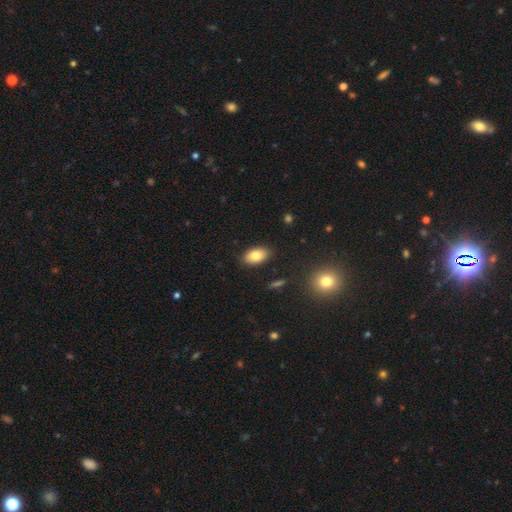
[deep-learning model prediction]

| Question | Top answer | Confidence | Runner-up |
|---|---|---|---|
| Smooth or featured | smooth | 81% | featured or disk (11%) |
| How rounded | in between | 91% | round (8%) |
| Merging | none | 88% | minor disturbance (9%) |